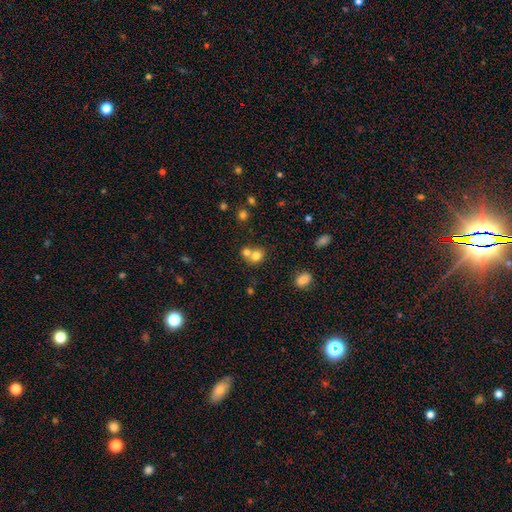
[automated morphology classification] smooth 75%, featured or disk 12%, star or artifact 12%. Down the decision tree: how rounded — round (72%); merging — merger (55%).